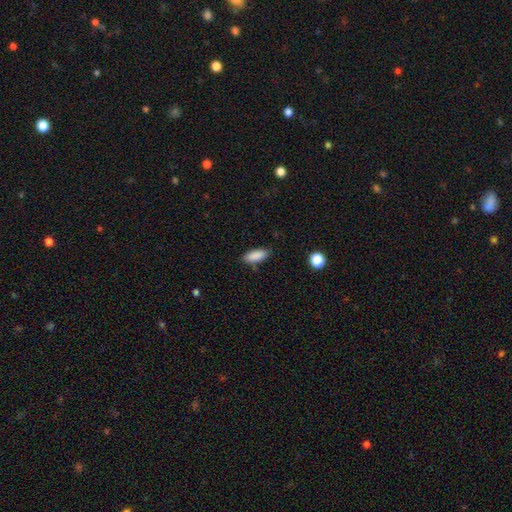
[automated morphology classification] smooth-or-featured: smooth: 88% | star or artifact: 7% | featured or disk: 5%
  how-rounded: in between: 81% | cigar-shaped: 17% | round: 2%
  merging: none: 83% | minor disturbance: 13% | major disturbance: 3% | merger: 2%